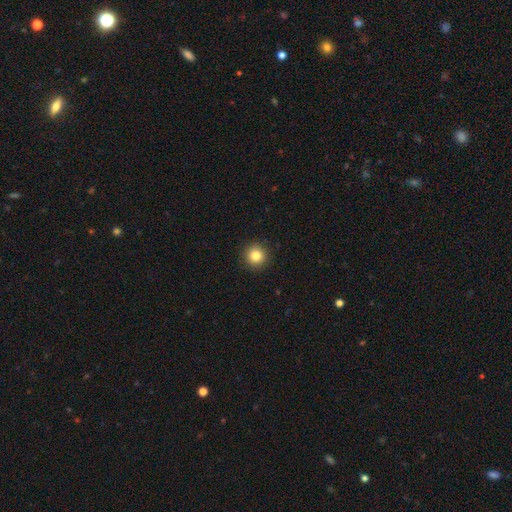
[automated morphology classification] A smooth galaxy with no disk features (83%) that is round (95%).

Vote fractions:
- Smooth or featured? smooth: 83% / star or artifact: 11% / featured or disk: 6%
- How rounded? round: 95% / in between: 4% / cigar-shaped: 1%
- Merging? none: 93% / minor disturbance: 5% / major disturbance: 2% / merger: 1%